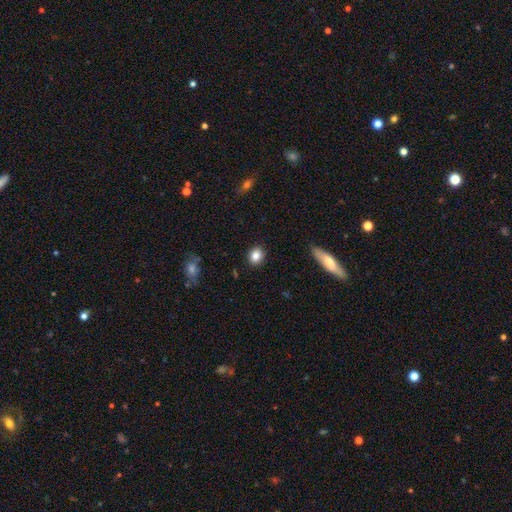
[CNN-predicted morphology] smooth-or-featured: smooth: 85% | star or artifact: 9% | featured or disk: 6%
  how-rounded: round: 68% | in between: 31% | cigar-shaped: 1%
  merging: none: 89% | minor disturbance: 8% | major disturbance: 2% | merger: 1%